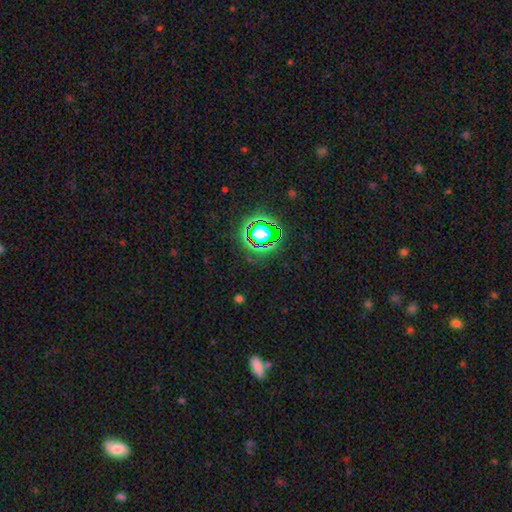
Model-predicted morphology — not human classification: A star or artifact, not a galaxy (77%).